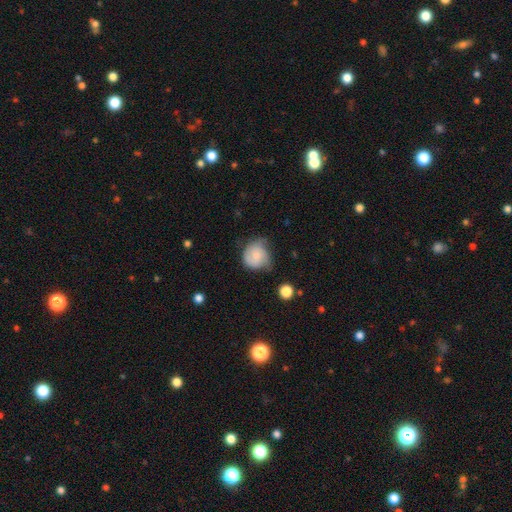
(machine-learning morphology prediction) smooth 67%, featured or disk 25%, star or artifact 7%. Down the decision tree: how rounded — round (78%); merging — none (43%).